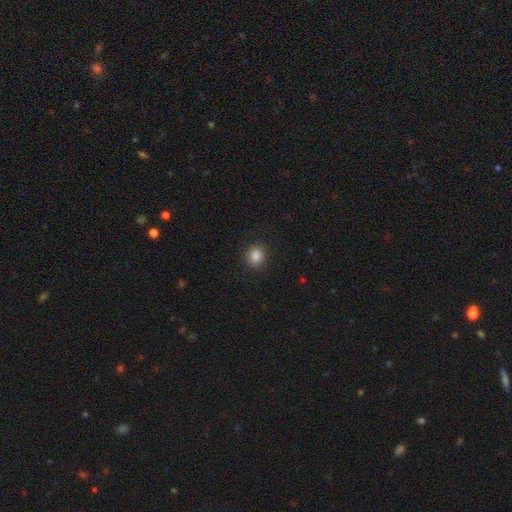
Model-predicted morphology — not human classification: A smooth galaxy with no disk features (86%) that is round (67%). Merging: none (90%).